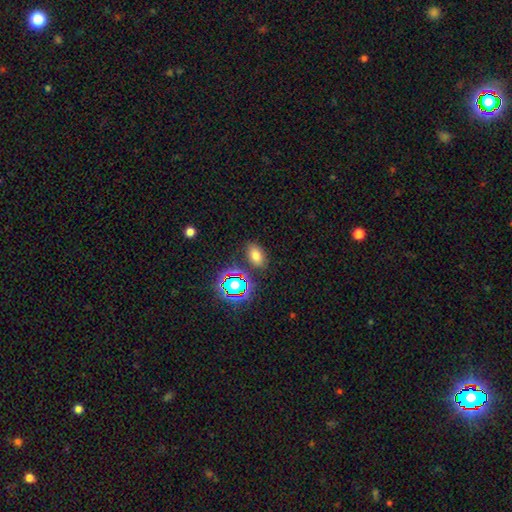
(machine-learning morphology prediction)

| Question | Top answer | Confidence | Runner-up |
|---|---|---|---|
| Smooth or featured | smooth | 69% | star or artifact (22%) |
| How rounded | in between | 87% | round (11%) |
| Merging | none | 81% | minor disturbance (11%) |